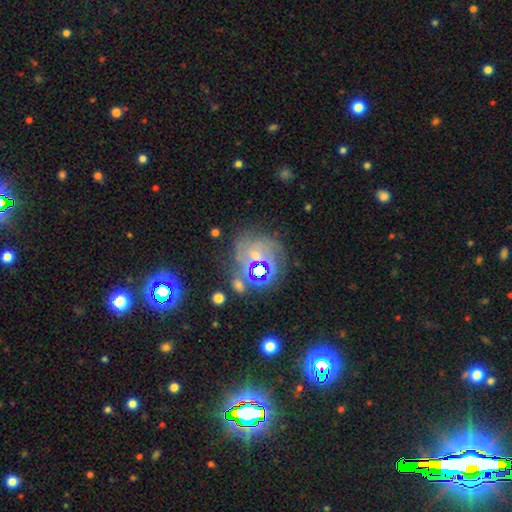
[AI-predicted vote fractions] Smooth or featured: featured or disk — 53% (star or artifact — 30%)
Edge-on disk: no — 96% (yes — 4%)
Bar: no — 56% (weak — 32%)
Spiral arms: yes — 87% (no — 13%)
Bulge size: moderate — 45% (small — 44%)
Merging: none — 64% (minor disturbance — 17%)